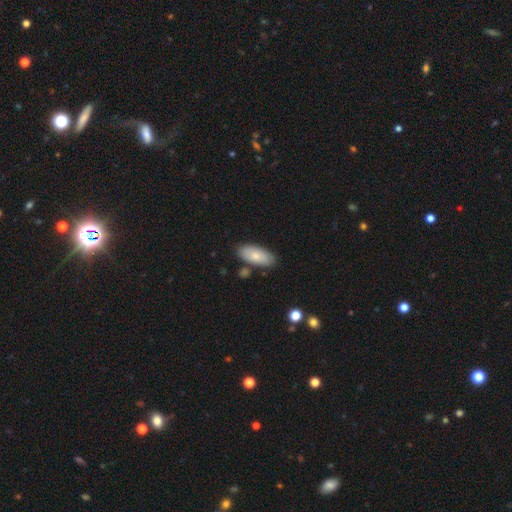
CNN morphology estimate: type=smooth (78%); roundness=in between (88%); merging=none (79%).